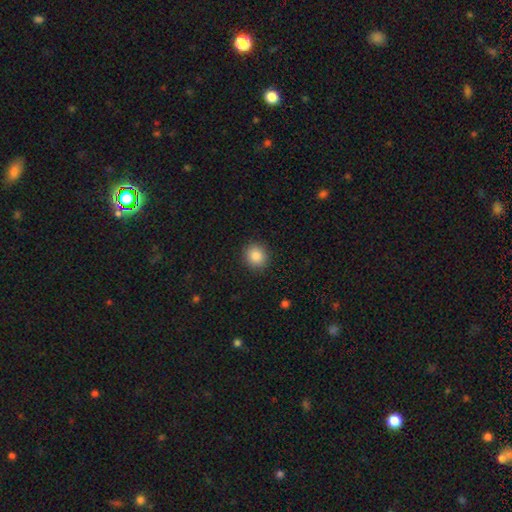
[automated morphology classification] Smooth or featured: smooth — 87% (star or artifact — 9%)
How rounded: round — 86% (in between — 13%)
Merging: none — 91% (minor disturbance — 6%)